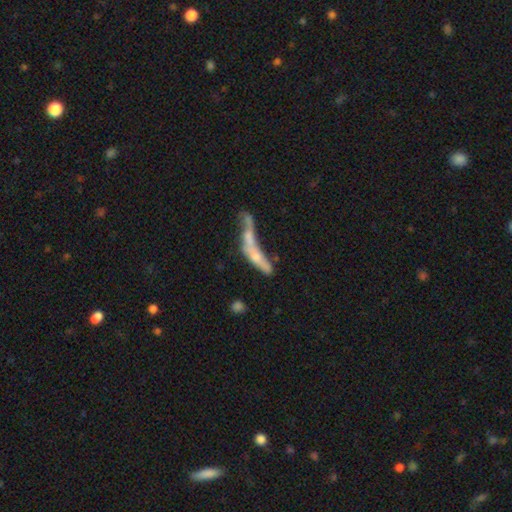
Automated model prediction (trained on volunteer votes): Smooth or featured? Predicted: smooth (p=0.47). Merging? Predicted: merger (p=0.52).